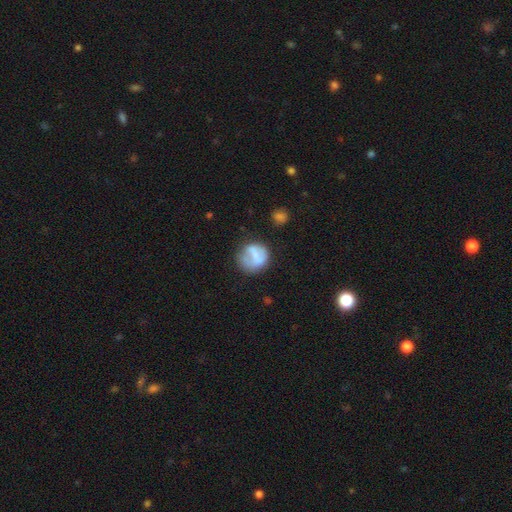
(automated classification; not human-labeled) This is possibly a smooth galaxy (58%). How rounded: clearly round (81%). Merging: possibly none (56%).